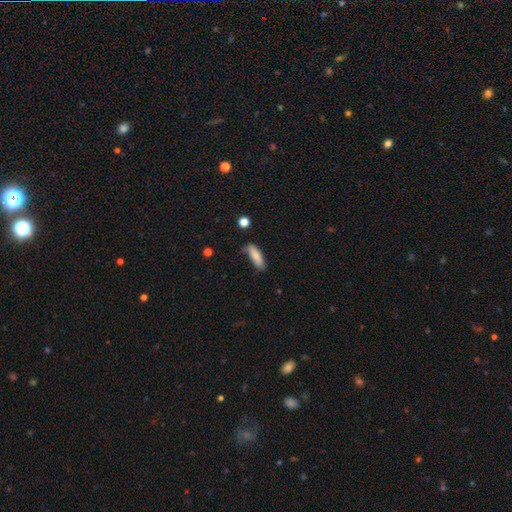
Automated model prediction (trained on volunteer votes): smooth_or_featured: smooth (p=0.82) [alt: featured or disk p=0.11]
how_rounded: in between (p=0.56) [alt: cigar-shaped p=0.42]
merging: none (p=0.59) [alt: minor disturbance p=0.30]